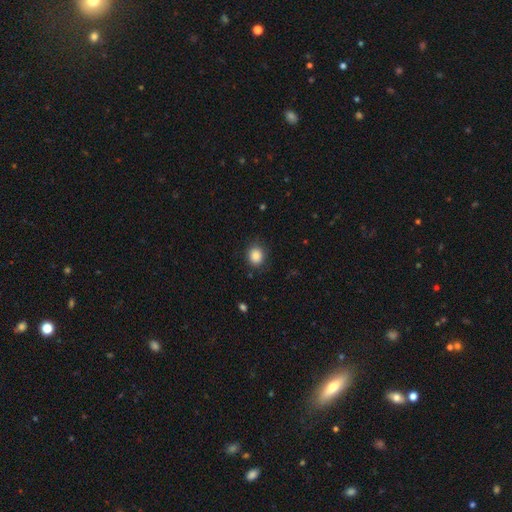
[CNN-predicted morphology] smooth_or_featured: smooth (p=0.86) [alt: star or artifact p=0.09]
how_rounded: round (p=0.70) [alt: in between p=0.29]
merging: none (p=0.84) [alt: minor disturbance p=0.12]